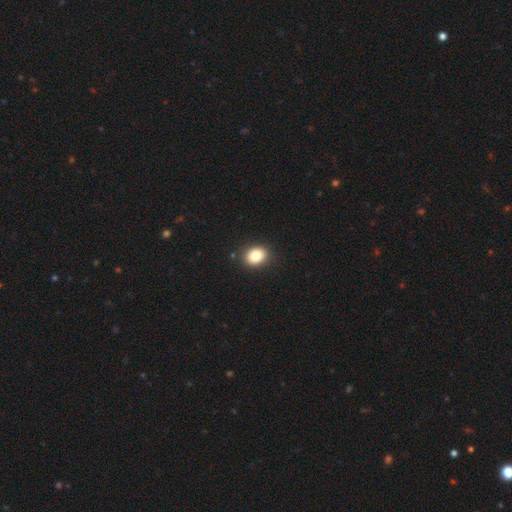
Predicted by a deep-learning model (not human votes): Smooth or featured? Predicted: smooth (p=0.85). How rounded? Predicted: in between (p=0.61). Merging? Predicted: none (p=0.88).